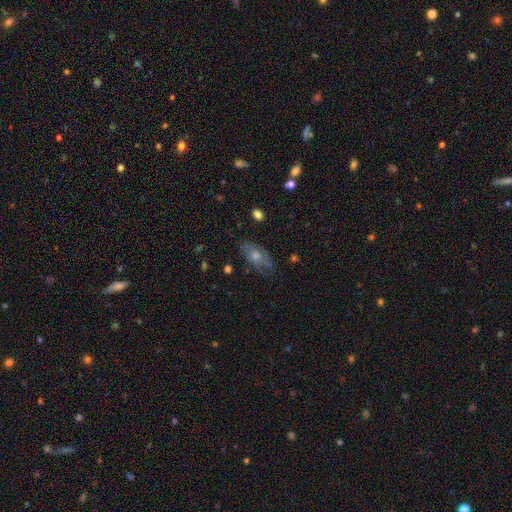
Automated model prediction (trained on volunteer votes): This appears to be a smooth galaxy with no disk features (43%). Merging: none (74%).